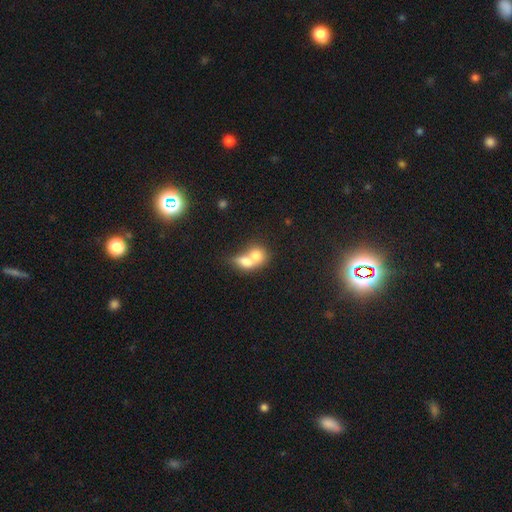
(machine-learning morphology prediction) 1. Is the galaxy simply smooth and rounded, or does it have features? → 72% smooth, 20% featured or disk, 9% star or artifact.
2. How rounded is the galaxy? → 54% in between, 43% round, 3% cigar-shaped.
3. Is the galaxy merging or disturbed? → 76% merger, 15% none, 5% minor disturbance, 4% major disturbance.